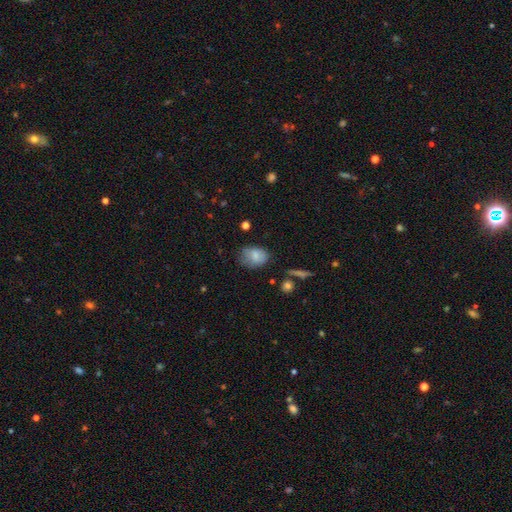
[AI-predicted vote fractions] Smooth or featured? Predicted: smooth (p=0.77). How rounded? Predicted: in between (p=0.73). Merging? Predicted: none (p=0.56).